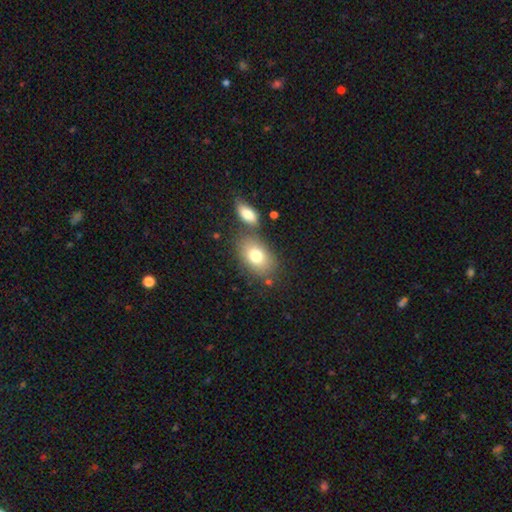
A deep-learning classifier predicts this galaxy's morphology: Smooth or featured: smooth — 77% (featured or disk — 14%)
How rounded: in between — 85% (round — 14%)
Merging: none — 65% (merger — 19%)